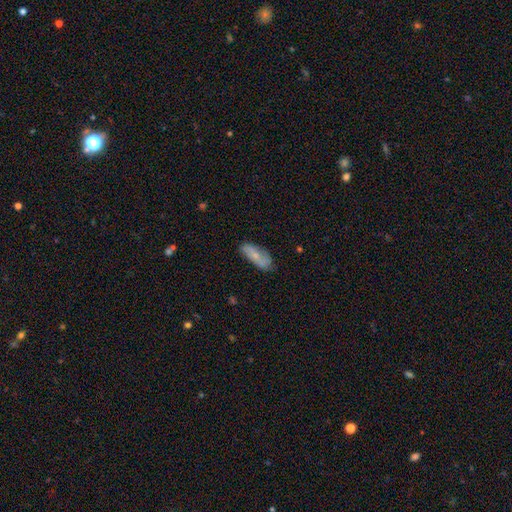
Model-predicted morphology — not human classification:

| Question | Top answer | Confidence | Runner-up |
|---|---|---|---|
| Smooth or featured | smooth | 57% | featured or disk (35%) |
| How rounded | in between | 70% | cigar-shaped (27%) |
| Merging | none | 72% | minor disturbance (21%) |